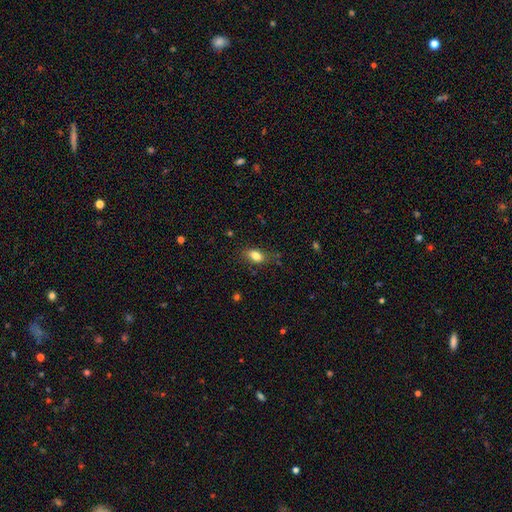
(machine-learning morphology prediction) The model was most divided on "merging": none: 73%, minor disturbance: 20%, major disturbance: 6%, merger: 2%. More confident: how rounded — in between (85%); smooth or featured — smooth (83%).